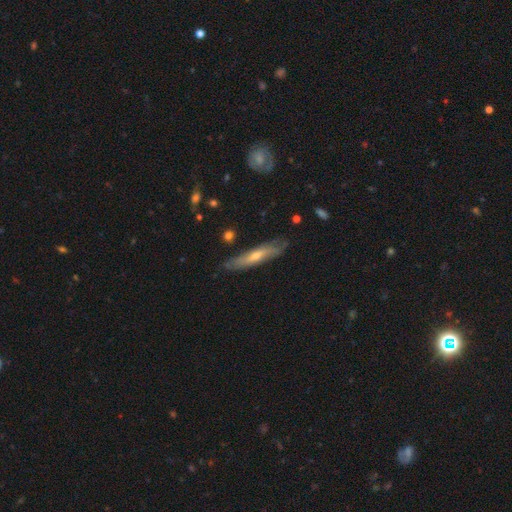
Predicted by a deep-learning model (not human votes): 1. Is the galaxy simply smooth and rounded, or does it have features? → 56% featured or disk, 38% smooth, 6% star or artifact.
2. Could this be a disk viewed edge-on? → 70% yes, 30% no.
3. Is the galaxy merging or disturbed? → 78% none, 17% minor disturbance, 3% major disturbance, 2% merger.